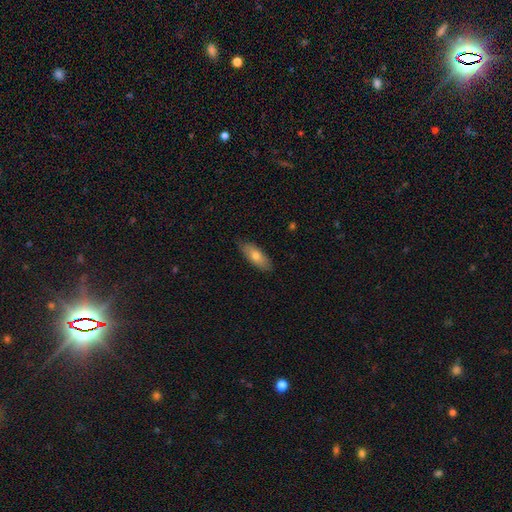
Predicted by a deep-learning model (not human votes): Morphology: type=smooth (70%); roundness=in between (66%); merging=none (85%).